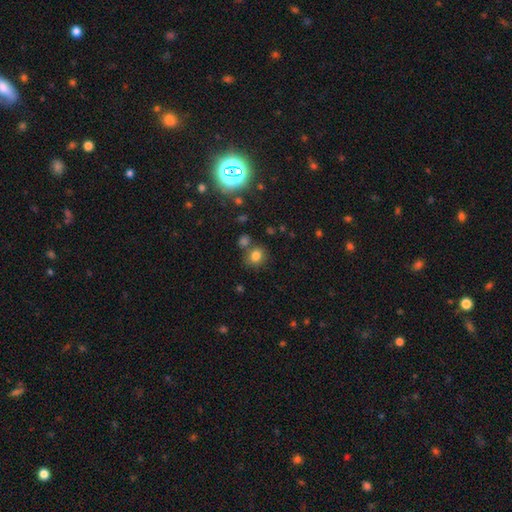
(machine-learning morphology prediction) smooth 79%, star or artifact 14%, featured or disk 7%. Down the decision tree: how rounded — round (70%); merging — none (69%).